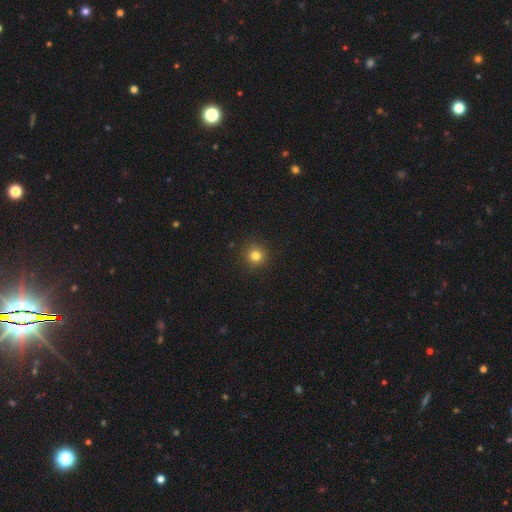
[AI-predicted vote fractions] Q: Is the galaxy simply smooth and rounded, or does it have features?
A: smooth — 81%.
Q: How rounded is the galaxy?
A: round — 94%.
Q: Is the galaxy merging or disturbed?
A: none — 92%.